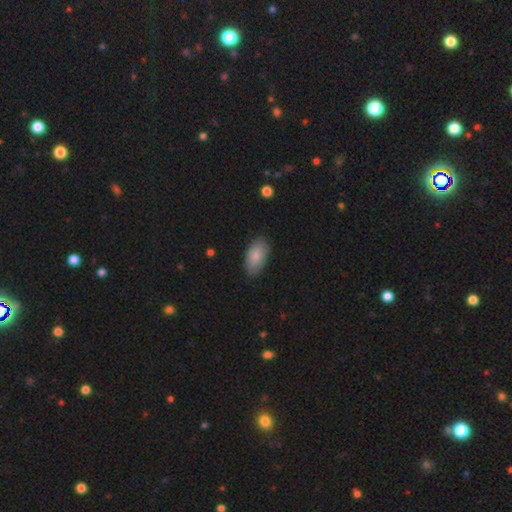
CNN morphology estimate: A smooth galaxy with no disk features (81%) that is in between round and cigar-shaped (95%). Merging: none (81%).